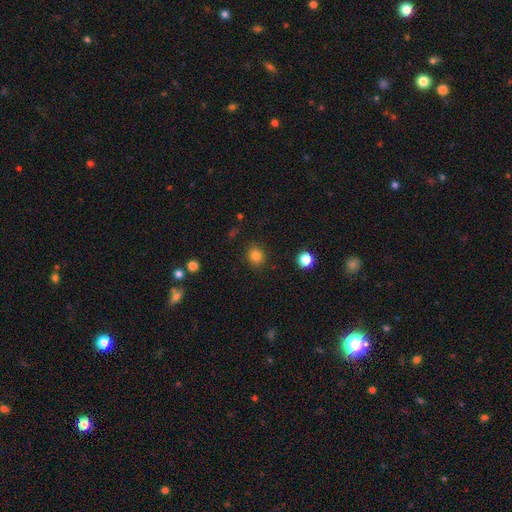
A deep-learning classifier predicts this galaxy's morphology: Smooth or featured? smooth (83%)
How rounded? round (81%)
Merging? none (88%)